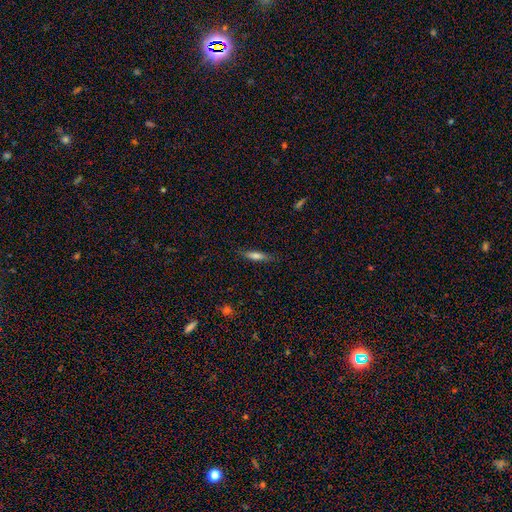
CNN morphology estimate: type=smooth (66%); roundness=cigar-shaped (73%); merging=none (82%).